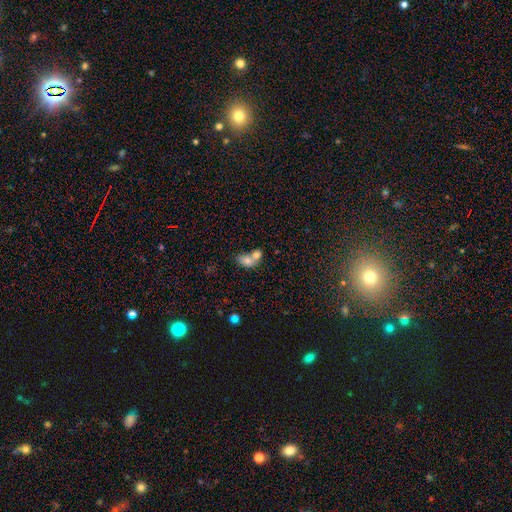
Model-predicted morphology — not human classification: Overall: smooth (72%). How rounded: in between (71%). Merging: merger (74%).